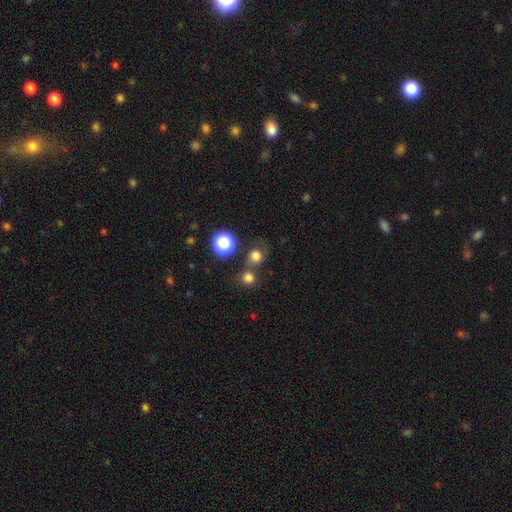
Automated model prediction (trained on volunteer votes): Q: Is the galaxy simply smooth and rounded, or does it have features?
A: smooth — 74%.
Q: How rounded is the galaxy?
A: round — 84%.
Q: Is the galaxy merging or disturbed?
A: none — 61%.